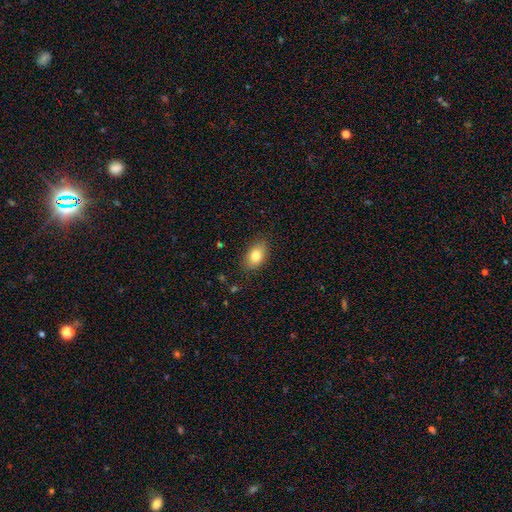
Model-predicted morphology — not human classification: Smooth or featured: smooth — 81% (featured or disk — 11%)
How rounded: in between — 88% (round — 11%)
Merging: none — 86% (minor disturbance — 11%)